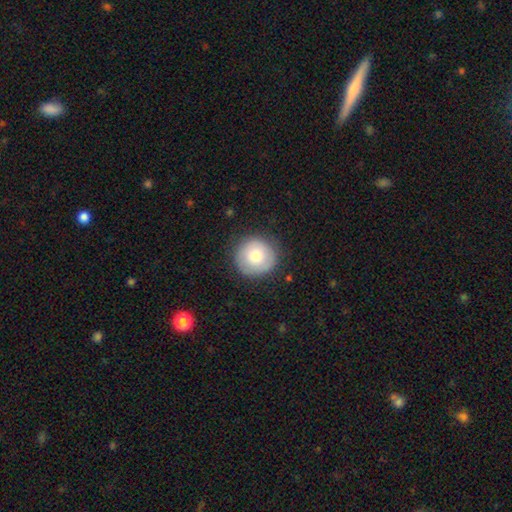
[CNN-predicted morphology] smooth_or_featured: smooth (p=0.75) [alt: featured or disk p=0.17]
how_rounded: round (p=0.95) [alt: in between p=0.04]
merging: none (p=0.84) [alt: minor disturbance p=0.11]